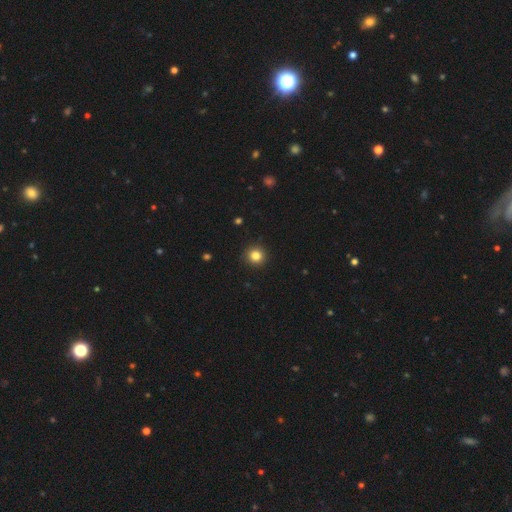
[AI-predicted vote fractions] smooth_or_featured: smooth (p=0.83) [alt: star or artifact p=0.12]
how_rounded: round (p=0.94) [alt: in between p=0.05]
merging: none (p=0.92) [alt: minor disturbance p=0.05]